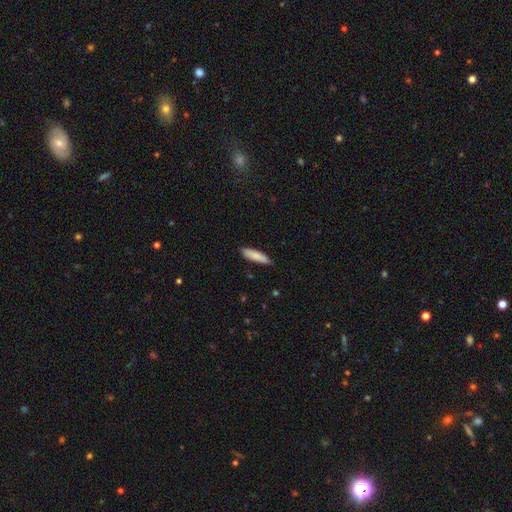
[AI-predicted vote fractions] smooth_or_featured: smooth (p=0.84) [alt: featured or disk p=0.10]
how_rounded: cigar-shaped (p=0.70) [alt: in between p=0.29]
merging: none (p=0.86) [alt: minor disturbance p=0.11]